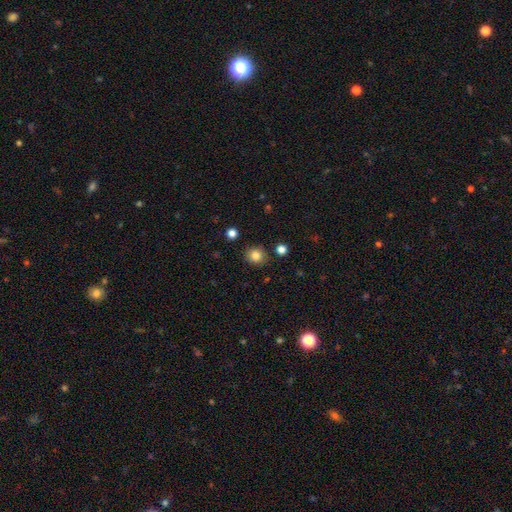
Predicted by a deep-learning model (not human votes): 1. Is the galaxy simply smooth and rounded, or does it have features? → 83% smooth, 11% star or artifact, 5% featured or disk.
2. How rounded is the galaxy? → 85% round, 14% in between, 1% cigar-shaped.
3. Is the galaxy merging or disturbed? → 87% none, 8% minor disturbance, 3% merger, 2% major disturbance.